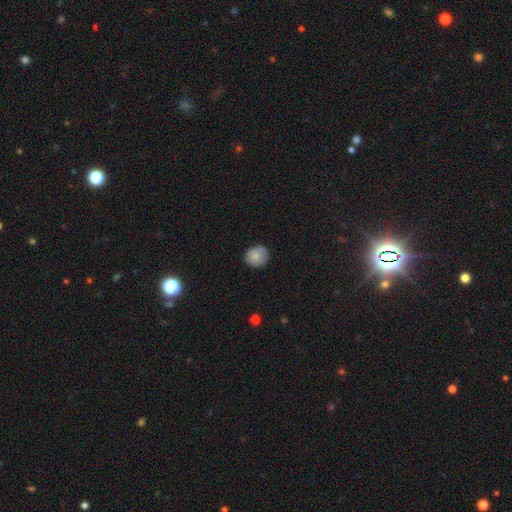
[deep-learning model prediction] This appears to be a smooth galaxy with no disk features (84%) that is round (71%). Merging: none (79%).